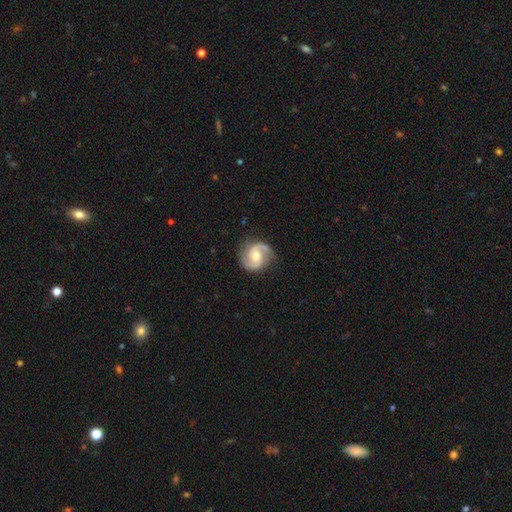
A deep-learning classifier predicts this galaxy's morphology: smooth_or_featured: featured or disk (p=0.87) [alt: smooth p=0.08]
disk_edge_on: no (p=0.98) [alt: yes p=0.02]
bar: no (p=0.51) [alt: weak p=0.40]
has_spiral_arms: yes (p=0.98) [alt: no p=0.02]
spiral_winding: medium (p=0.55) [alt: tight p=0.28]
spiral_arm_count: 2 (p=0.93) [alt: can't tell p=0.02]
bulge_size: moderate (p=0.60) [alt: small p=0.31]
merging: none (p=0.83) [alt: minor disturbance p=0.12]